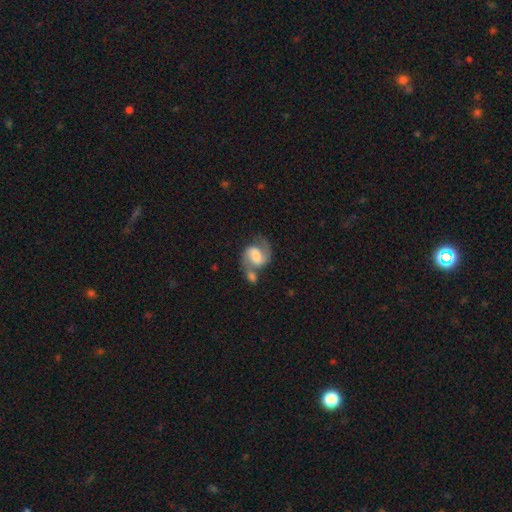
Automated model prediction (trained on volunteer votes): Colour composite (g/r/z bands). It shows a featured or disk galaxy (70%) with a weak bar (44%), 2 (89%) medium (49%) spiral arms (92%) and a large central bulge (29%). Merging: none (39%).